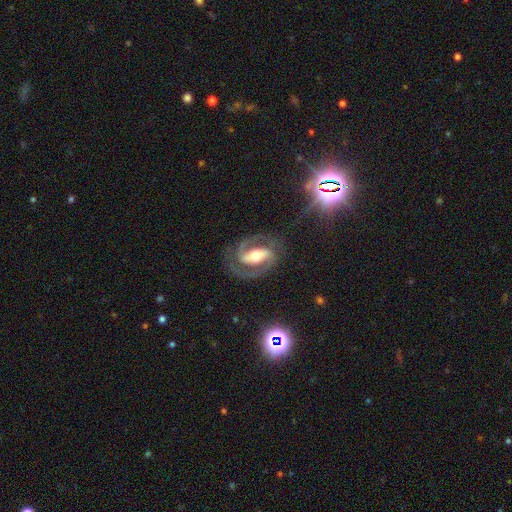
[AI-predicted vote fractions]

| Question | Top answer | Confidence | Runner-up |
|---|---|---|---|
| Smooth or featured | featured or disk | 89% | smooth (6%) |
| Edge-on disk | no | 97% | yes (3%) |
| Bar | strong | 62% | weak (25%) |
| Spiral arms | yes | 96% | no (4%) |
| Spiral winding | medium | 54% | tight (36%) |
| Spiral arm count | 2 | 93% | can't tell (2%) |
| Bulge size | moderate | 66% | large (17%) |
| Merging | none | 80% | minor disturbance (12%) |